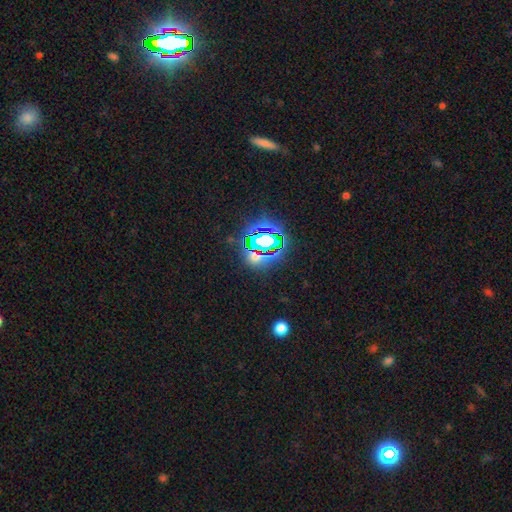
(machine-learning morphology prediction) star or artifact 68%, smooth 22%, featured or disk 10%.